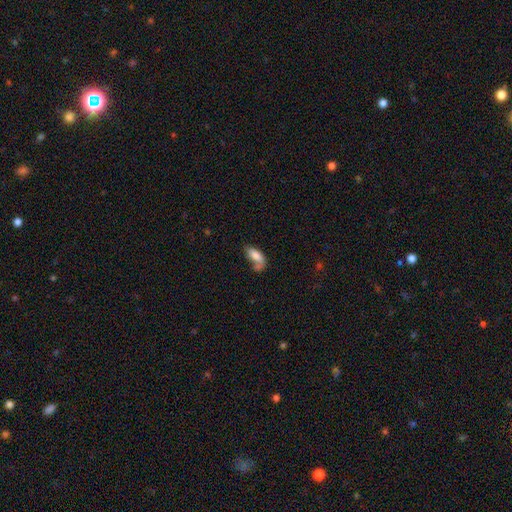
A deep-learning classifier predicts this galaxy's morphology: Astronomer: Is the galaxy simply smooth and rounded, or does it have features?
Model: smooth — 77%.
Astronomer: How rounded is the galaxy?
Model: in between — 85%.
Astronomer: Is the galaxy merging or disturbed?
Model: none — 34% (runner-up: minor disturbance, 23%).